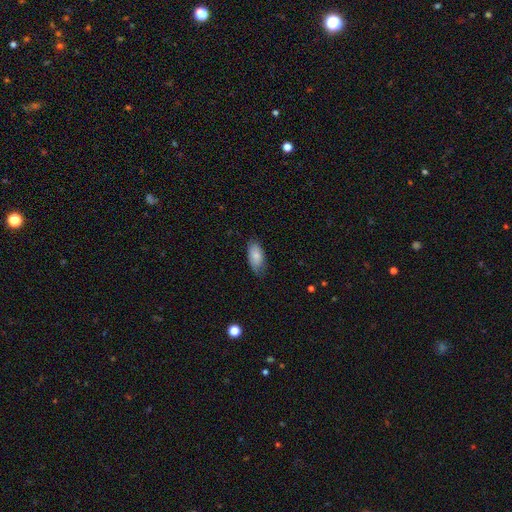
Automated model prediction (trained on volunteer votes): Morphology: type=smooth (79%); roundness=in between (92%); merging=none (69%).